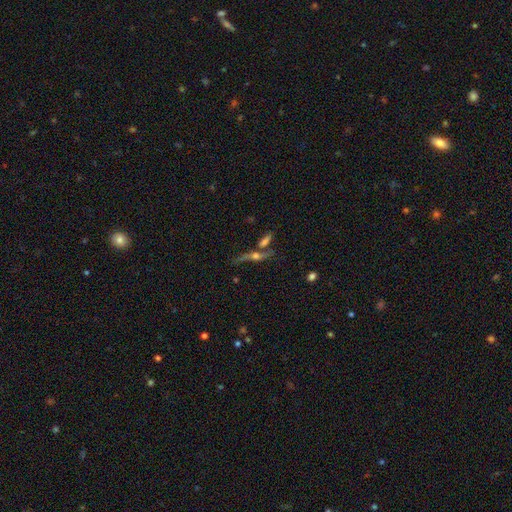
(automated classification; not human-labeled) smooth_or_featured: star or artifact (p=0.36) [alt: featured or disk p=0.33]